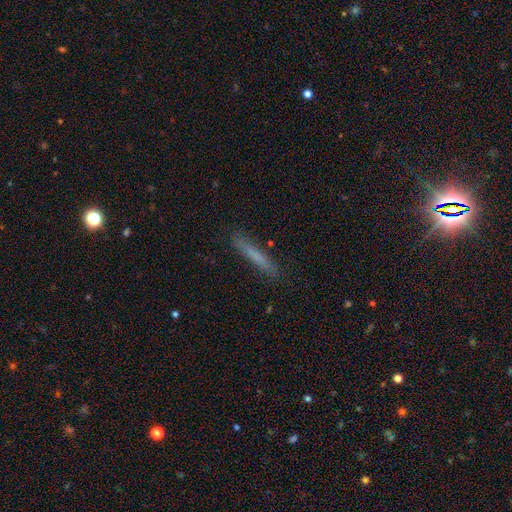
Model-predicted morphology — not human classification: A smooth galaxy with no disk features (66%) that is cigar-shaped (96%).

Vote fractions:
- Smooth or featured? smooth: 66% / featured or disk: 26% / star or artifact: 8%
- How rounded? cigar-shaped: 96% / in between: 3% / round: 1%
- Merging? none: 87% / minor disturbance: 9% / major disturbance: 2% / merger: 1%